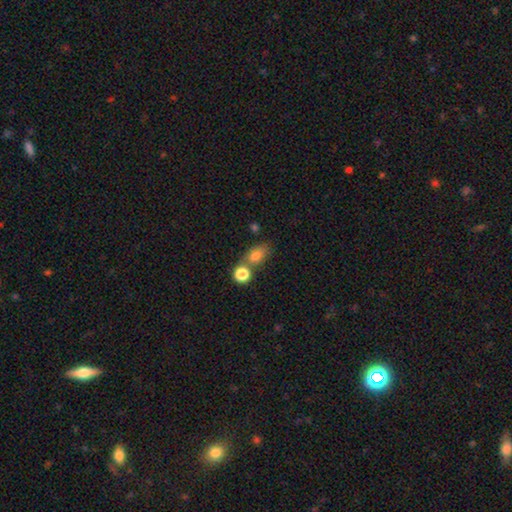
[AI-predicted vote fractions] This is likely a smooth galaxy (79%). How rounded: likely in between (75%). Merging: possibly none (50%).